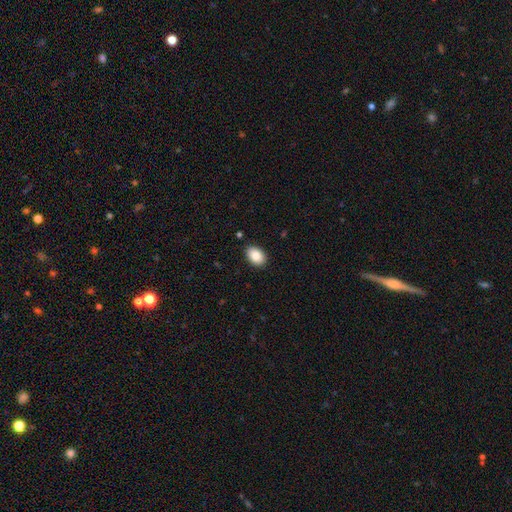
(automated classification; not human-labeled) A smooth galaxy with no disk features (87%) that is in between round and cigar-shaped (86%). Merging: none (89%).